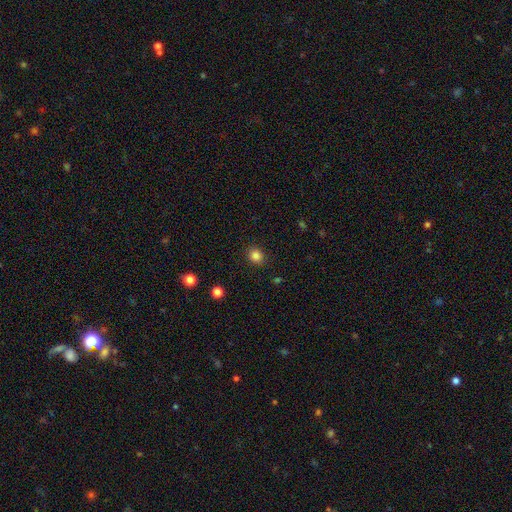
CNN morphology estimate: Smooth or featured? Predicted: smooth (p=0.84). How rounded? Predicted: round (p=0.72). Merging? Predicted: none (p=0.90).